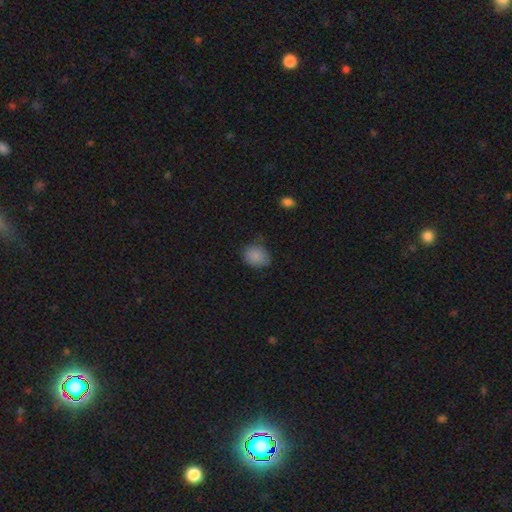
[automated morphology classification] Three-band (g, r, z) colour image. It shows a smooth galaxy with no disk features (86%) that is round (50%, tied with in between). Merging: none (72%).